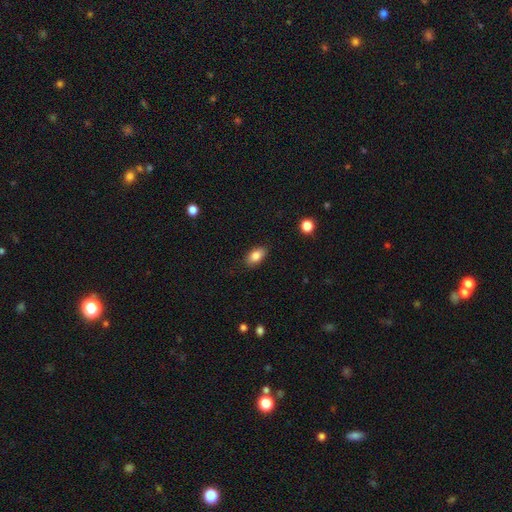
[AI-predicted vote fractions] Morphology: type=smooth (84%); roundness=in between (90%); merging=none (87%).